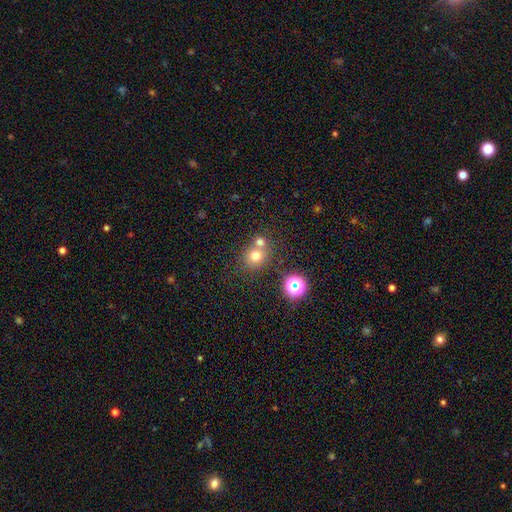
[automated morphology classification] A smooth galaxy with no disk features (71%) that is round (82%). Merging: none (55%).